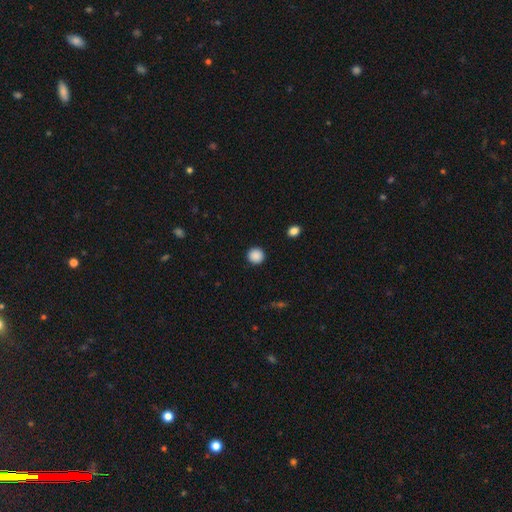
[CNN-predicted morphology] smooth-or-featured: smooth: 89% | star or artifact: 9% | featured or disk: 2%
  how-rounded: round: 94% | in between: 5% | cigar-shaped: 1%
  merging: none: 92% | minor disturbance: 5% | major disturbance: 2% | merger: 1%